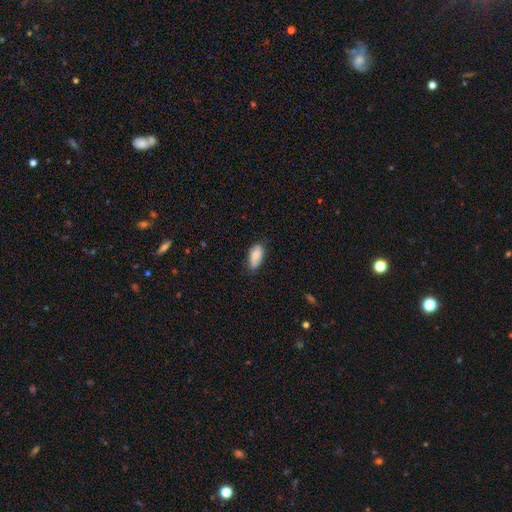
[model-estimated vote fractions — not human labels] Morphology: type=smooth (85%); roundness=in between (88%); merging=none (72%).